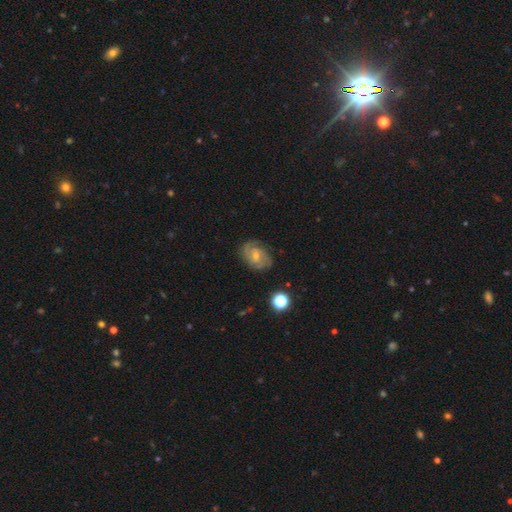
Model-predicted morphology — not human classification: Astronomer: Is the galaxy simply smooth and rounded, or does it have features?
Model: featured or disk — 81%.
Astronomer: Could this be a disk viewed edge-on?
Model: no — 97%.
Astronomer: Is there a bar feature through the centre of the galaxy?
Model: no — 53% (runner-up: weak, 41%).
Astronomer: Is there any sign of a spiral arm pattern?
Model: yes — 96%.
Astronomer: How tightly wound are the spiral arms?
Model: tight — 50% (runner-up: medium, 40%).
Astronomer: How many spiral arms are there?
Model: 2 — 46% (runner-up: 3, 23%).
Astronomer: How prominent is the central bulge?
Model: small — 54% (runner-up: moderate, 41%).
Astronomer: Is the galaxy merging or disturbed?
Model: none — 76%.